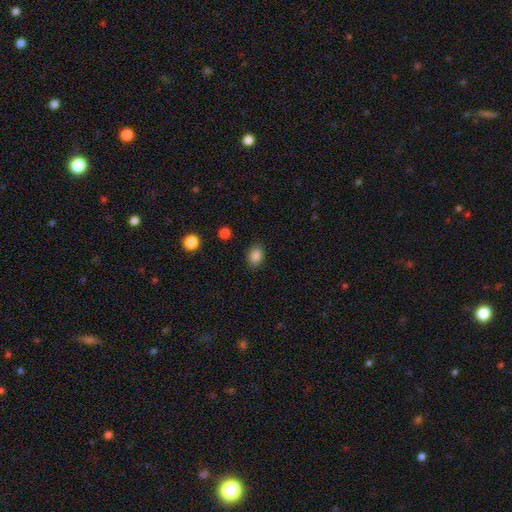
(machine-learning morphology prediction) type=smooth (86%); roundness=in between (69%); merging=none (87%).